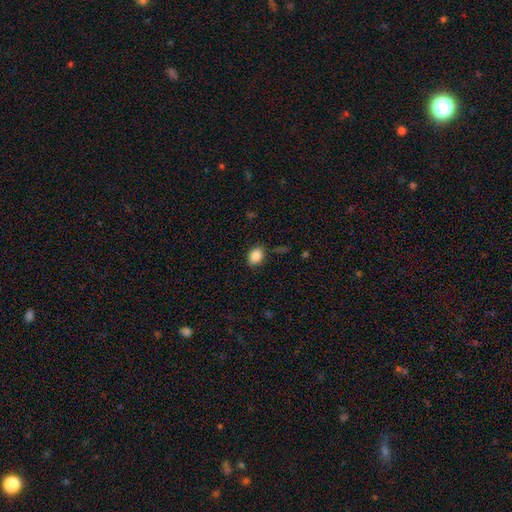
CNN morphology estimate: Smooth or featured? smooth (86%)
How rounded? in between (72%)
Merging? none (82%)